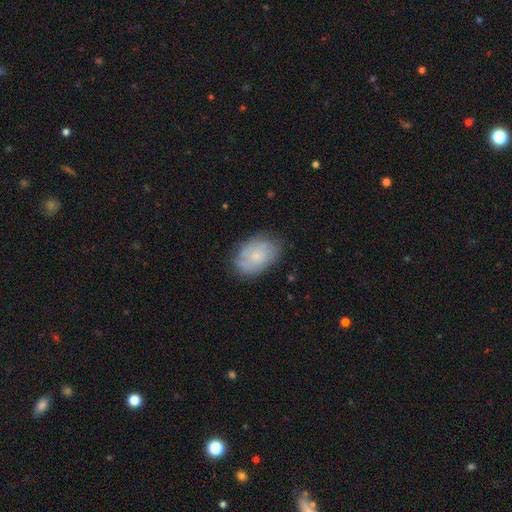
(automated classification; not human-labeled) Smooth or featured? smooth (53%)
How rounded? in between (82%)
Merging? none (71%)